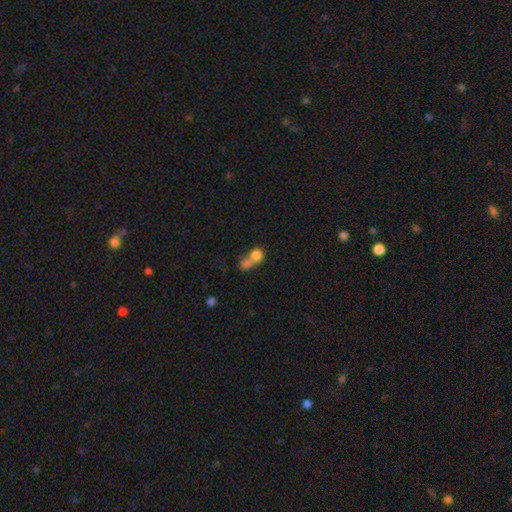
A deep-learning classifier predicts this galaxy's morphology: smooth_or_featured: smooth (p=0.76) [alt: featured or disk p=0.14]
how_rounded: round (p=0.71) [alt: in between p=0.26]
merging: merger (p=0.67) [alt: none p=0.21]